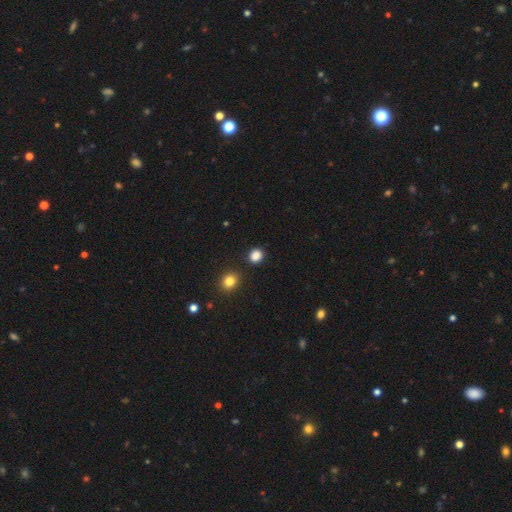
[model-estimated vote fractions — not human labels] Overall: smooth (85%). How rounded: round (71%). Merging: none (86%).